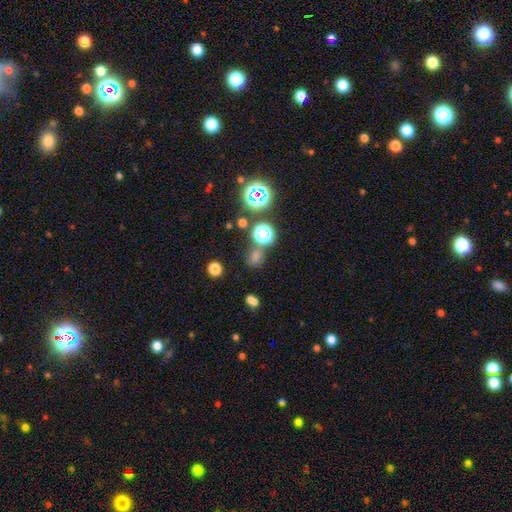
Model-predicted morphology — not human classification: type=smooth (51%); roundness=round (79%); merging=none (75%).